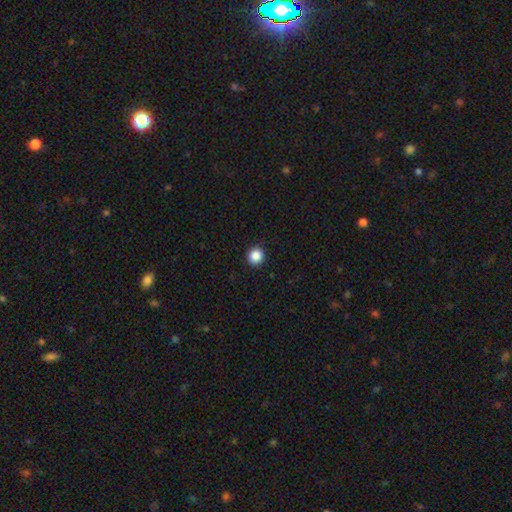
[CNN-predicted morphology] The model was most divided on "smooth or featured": smooth: 87%, star or artifact: 10%, featured or disk: 3%. More confident: how rounded — round (93%); merging — none (93%).